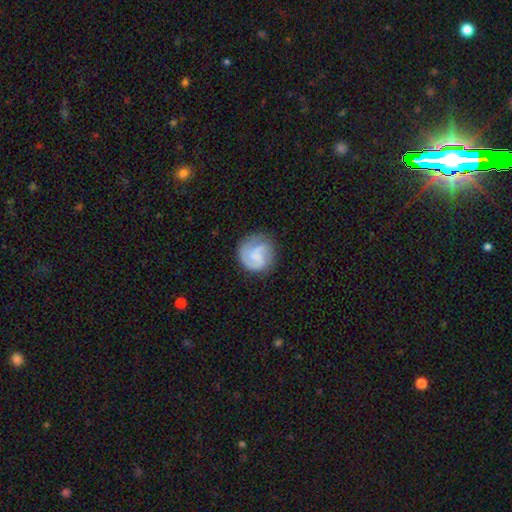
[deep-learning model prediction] This is likely a featured or disk galaxy (65%). It is clearly not viewed edge-on (98%). Bar: possibly no (49%). Spiral arm pattern: clearly yes (93%). Spiral arm count: possibly 2 (55%). Spiral winding: marginally medium (44%). Central bulge: possibly none (50%). Merging: likely none (70%).